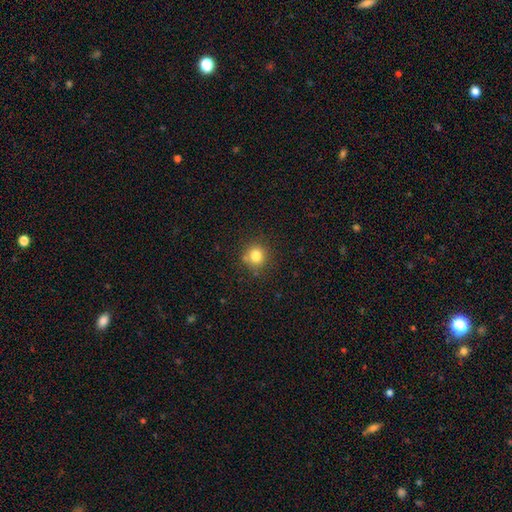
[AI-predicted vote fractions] Smooth or featured?
  - smooth: 81% *
  - star or artifact: 13%
  - featured or disk: 7%
How rounded?
  - round: 91% *
  - in between: 8%
  - cigar-shaped: 1%
Merging?
  - none: 80% *
  - minor disturbance: 11%
  - merger: 6%
  - major disturbance: 3%